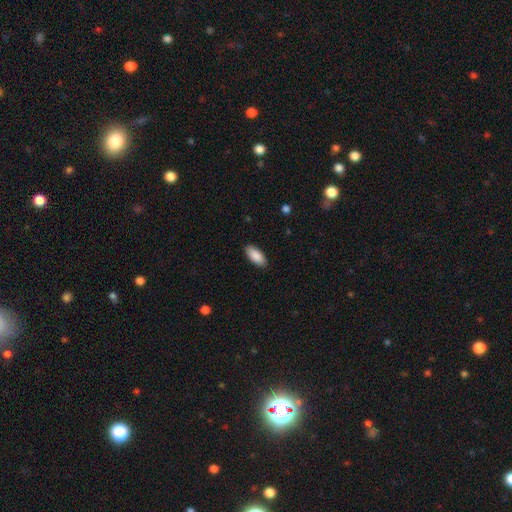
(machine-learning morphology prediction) A smooth galaxy with no disk features (89%) that is in between round and cigar-shaped (89%).

Vote fractions:
- Smooth or featured? smooth: 89% / star or artifact: 6% / featured or disk: 5%
- How rounded? in between: 89% / cigar-shaped: 10% / round: 2%
- Merging? none: 89% / minor disturbance: 8% / major disturbance: 2% / merger: 1%